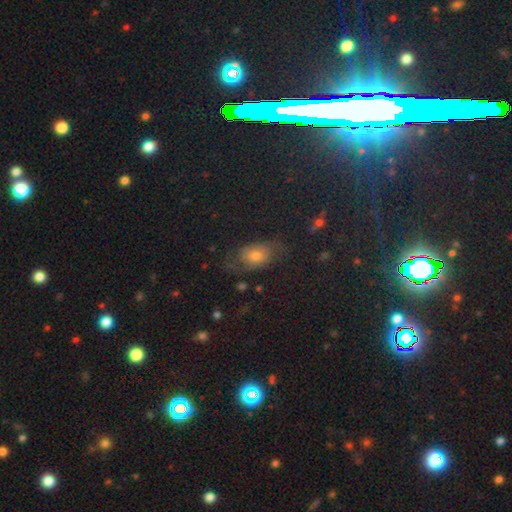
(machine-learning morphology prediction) This appears to be a smooth galaxy with no disk features (50%) that is in between round and cigar-shaped (76%). Merging: none (54%).